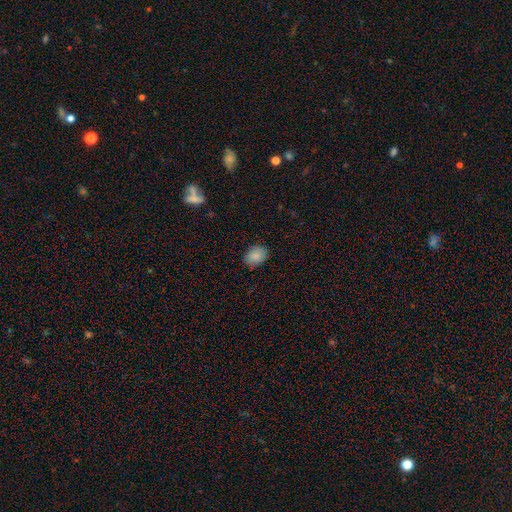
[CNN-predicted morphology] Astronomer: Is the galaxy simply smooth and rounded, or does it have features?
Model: smooth — 87%.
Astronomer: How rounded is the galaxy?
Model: in between — 61% (runner-up: round, 38%).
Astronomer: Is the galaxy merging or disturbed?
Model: none — 84%.